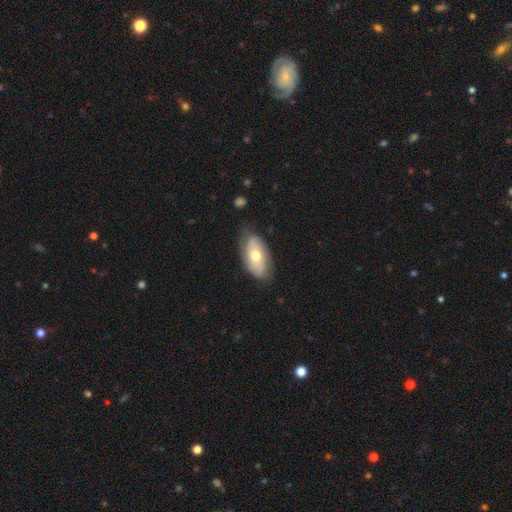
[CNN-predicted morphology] A smooth galaxy with no disk features (52%) that is in between round and cigar-shaped (92%). Merging: none (70%).